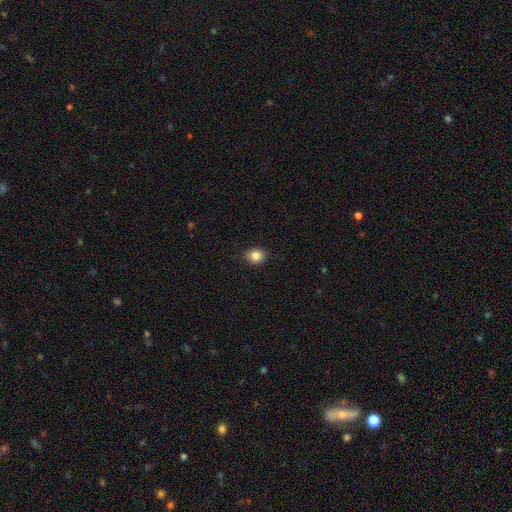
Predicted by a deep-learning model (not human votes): This appears to be a smooth galaxy with no disk features (85%) that is round (58%). Merging: none (87%).